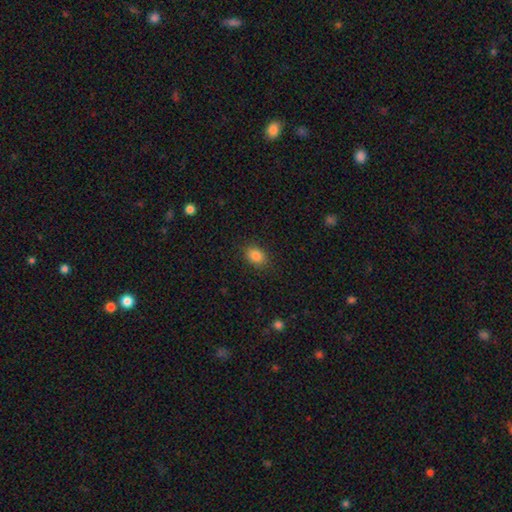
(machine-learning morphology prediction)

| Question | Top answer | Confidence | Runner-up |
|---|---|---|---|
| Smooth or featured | smooth | 85% | star or artifact (10%) |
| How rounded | in between | 70% | round (29%) |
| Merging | none | 86% | minor disturbance (10%) |